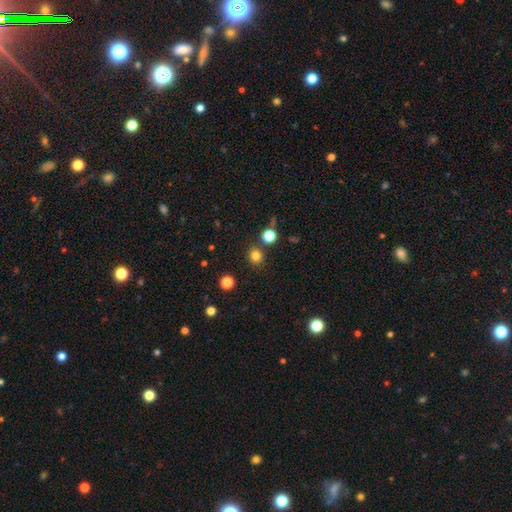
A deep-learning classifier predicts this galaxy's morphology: smooth-or-featured: smooth: 80% | star or artifact: 15% | featured or disk: 5%
  how-rounded: round: 83% | in between: 16% | cigar-shaped: 1%
  merging: none: 85% | minor disturbance: 7% | merger: 5% | major disturbance: 3%